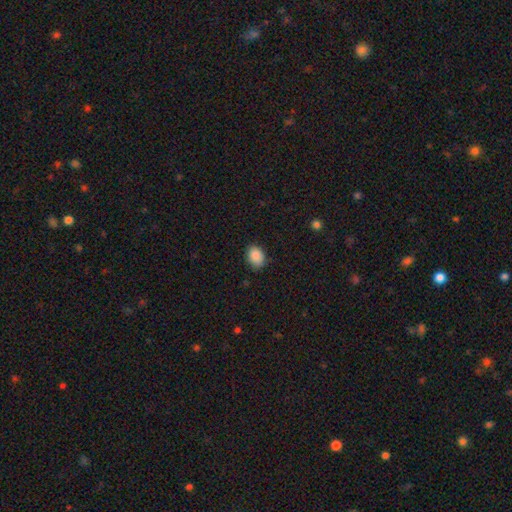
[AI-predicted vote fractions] smooth_or_featured: smooth (p=0.88) [alt: star or artifact p=0.08]
how_rounded: in between (p=0.71) [alt: round p=0.28]
merging: none (p=0.82) [alt: minor disturbance p=0.14]